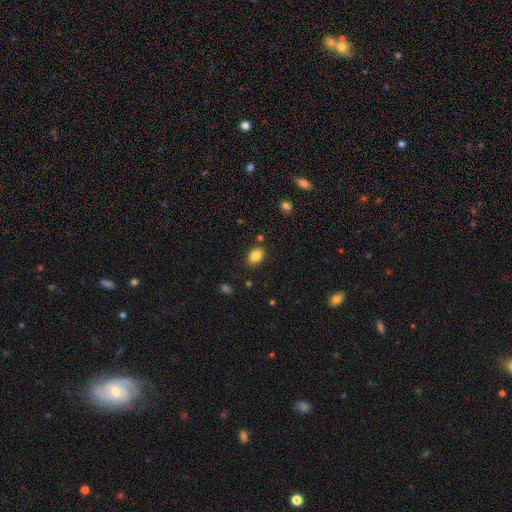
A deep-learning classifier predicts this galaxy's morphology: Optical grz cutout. It shows a smooth galaxy with no disk features (84%) that is in between round and cigar-shaped (83%). Merging: none (83%).